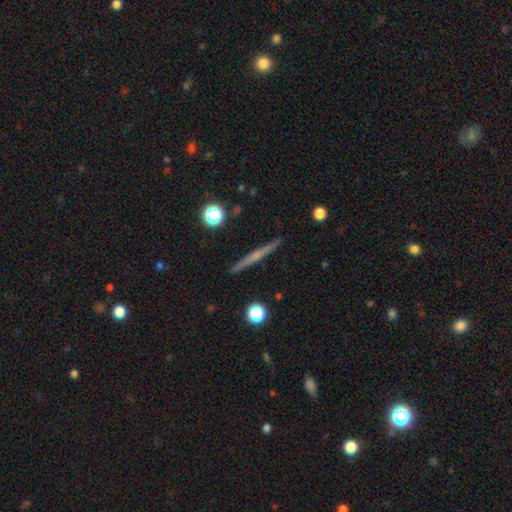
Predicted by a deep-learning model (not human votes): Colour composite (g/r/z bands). It shows a featured or disk galaxy (63%) viewed edge-on (98%) with a rounded central bulge (47%). Merging: none (92%).